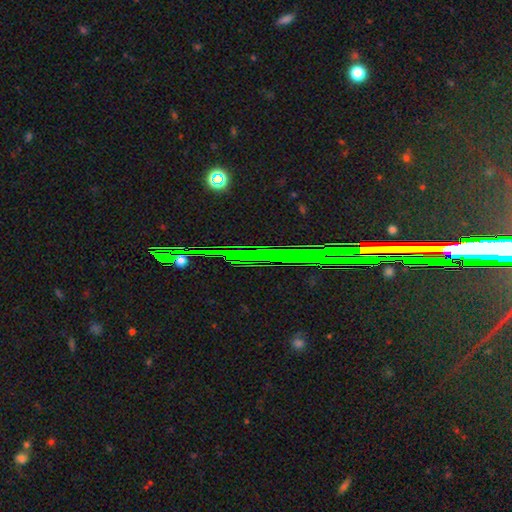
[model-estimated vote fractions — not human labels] Smooth or featured: star or artifact — 72% (featured or disk — 15%)